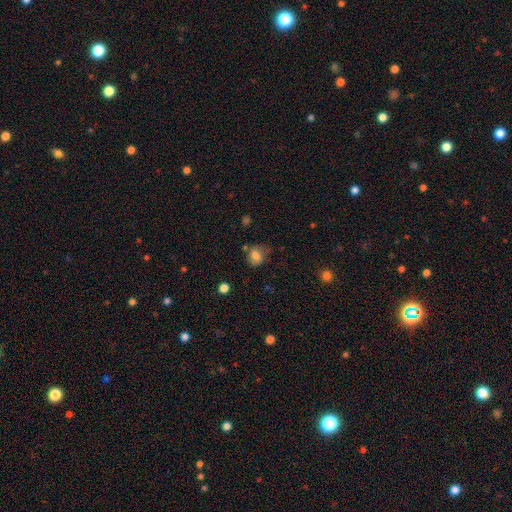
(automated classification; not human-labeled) smooth 73%, featured or disk 17%, star or artifact 11%. Down the decision tree: how rounded — round (54%); merging — none (56%).